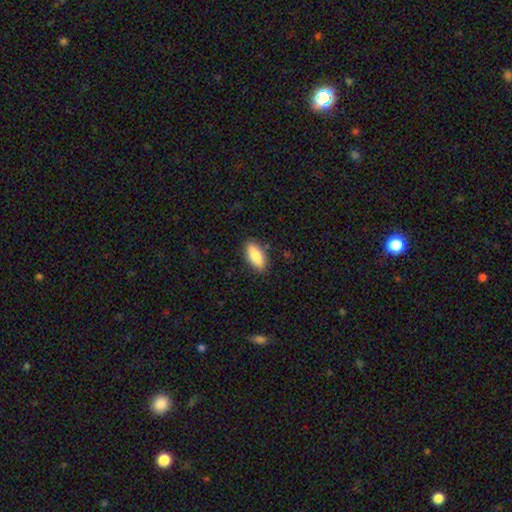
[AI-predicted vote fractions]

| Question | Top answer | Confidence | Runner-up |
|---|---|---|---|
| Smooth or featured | smooth | 83% | featured or disk (11%) |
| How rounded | in between | 76% | cigar-shaped (22%) |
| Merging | none | 85% | minor disturbance (11%) |